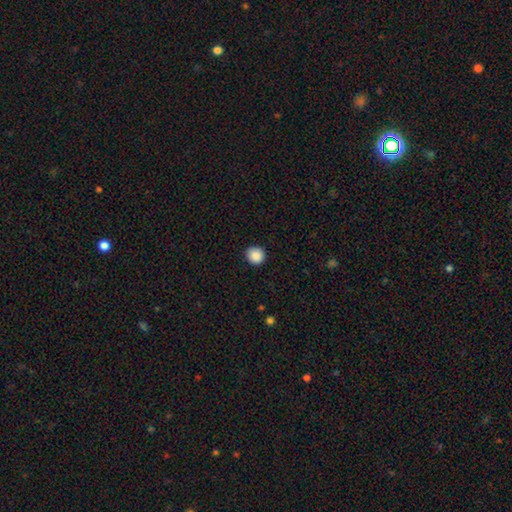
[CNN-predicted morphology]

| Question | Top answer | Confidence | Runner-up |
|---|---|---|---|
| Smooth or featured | smooth | 88% | star or artifact (9%) |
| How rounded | round | 92% | in between (7%) |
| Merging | none | 91% | minor disturbance (6%) |